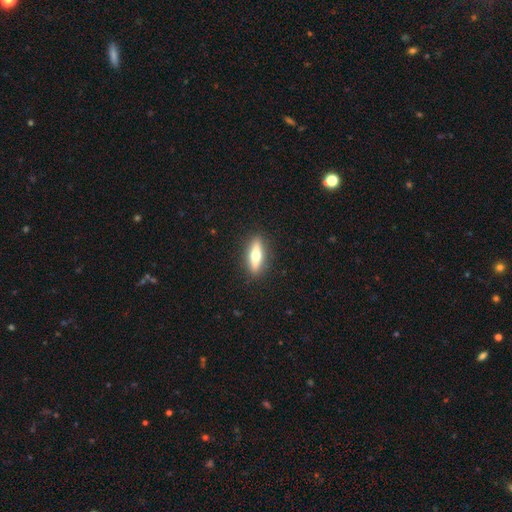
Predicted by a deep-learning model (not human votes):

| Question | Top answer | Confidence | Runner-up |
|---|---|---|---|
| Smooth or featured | smooth | 48% | featured or disk (46%) |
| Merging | none | 90% | minor disturbance (7%) |